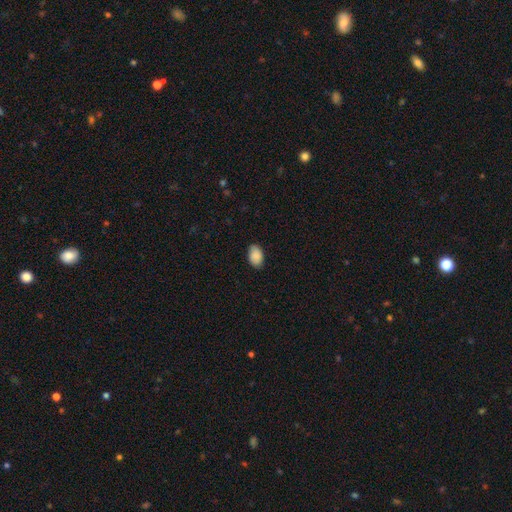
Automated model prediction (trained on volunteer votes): Smooth or featured: smooth — 88% (star or artifact — 7%)
How rounded: in between — 89% (round — 10%)
Merging: none — 84% (minor disturbance — 13%)